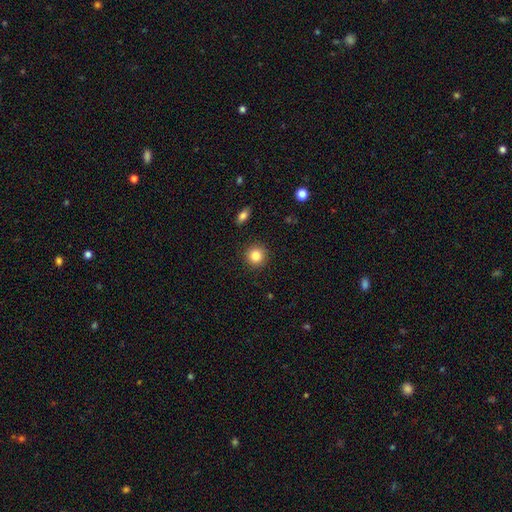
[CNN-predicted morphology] Smooth or featured? smooth (85%)
How rounded? round (93%)
Merging? none (91%)